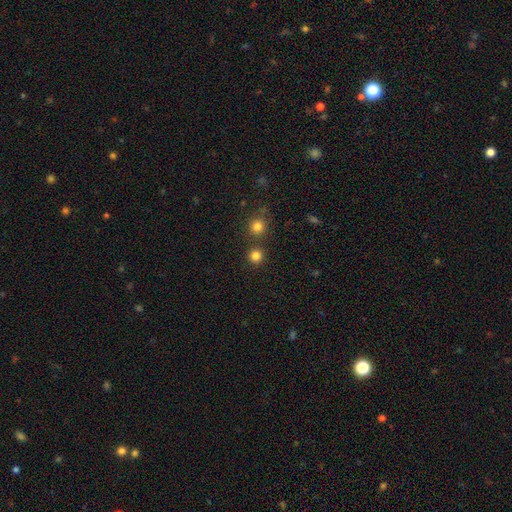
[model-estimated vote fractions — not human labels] smooth 82%, star or artifact 14%, featured or disk 4%. Down the decision tree: how rounded — round (94%); merging — none (81%).